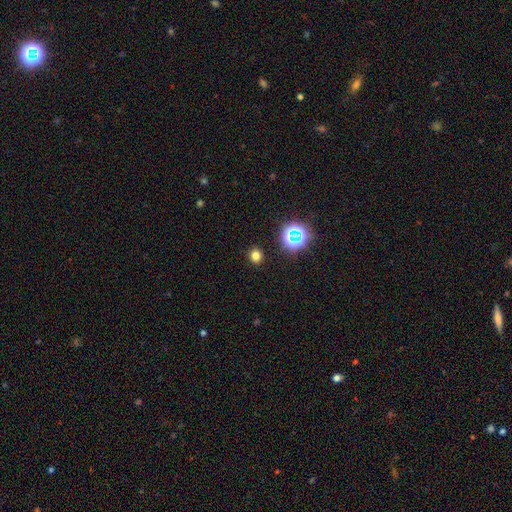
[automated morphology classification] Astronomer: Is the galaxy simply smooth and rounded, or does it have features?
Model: smooth — 73%.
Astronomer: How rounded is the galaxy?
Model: round — 84%.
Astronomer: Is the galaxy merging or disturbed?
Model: none — 91%.